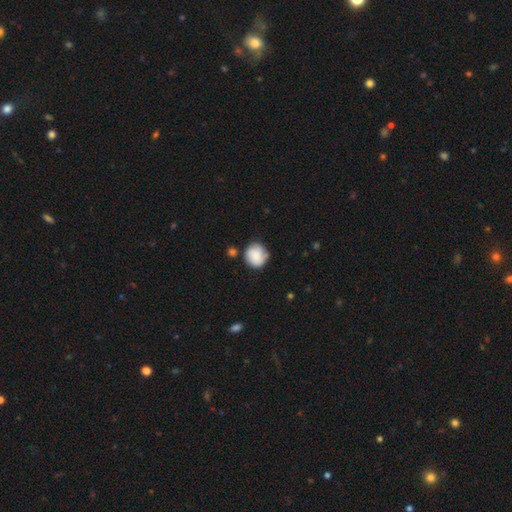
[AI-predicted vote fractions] Smooth or featured? smooth (67%)
How rounded? round (87%)
Merging? none (68%)